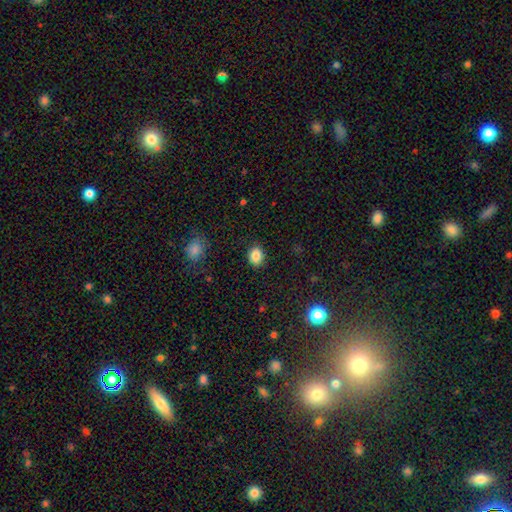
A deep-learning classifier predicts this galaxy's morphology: type=smooth (86%); roundness=in between (51%); merging=none (88%).